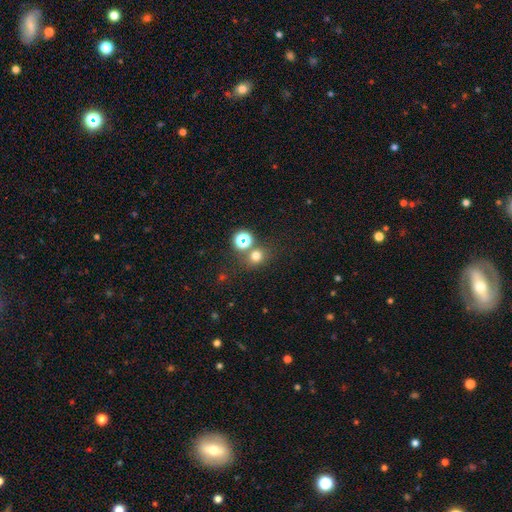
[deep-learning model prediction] The model was most divided on "smooth or featured": smooth: 69%, star or artifact: 24%, featured or disk: 7%. More confident: how rounded — round (79%); merging — none (70%).